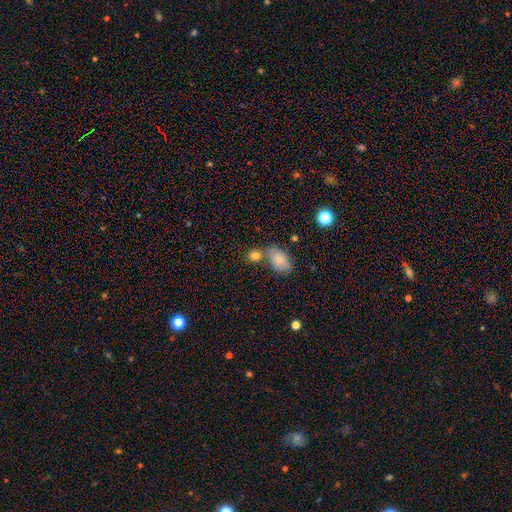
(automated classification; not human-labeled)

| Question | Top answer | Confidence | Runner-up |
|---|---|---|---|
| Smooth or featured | smooth | 79% | star or artifact (12%) |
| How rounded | round | 54% | in between (44%) |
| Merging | none | 52% | merger (32%) |